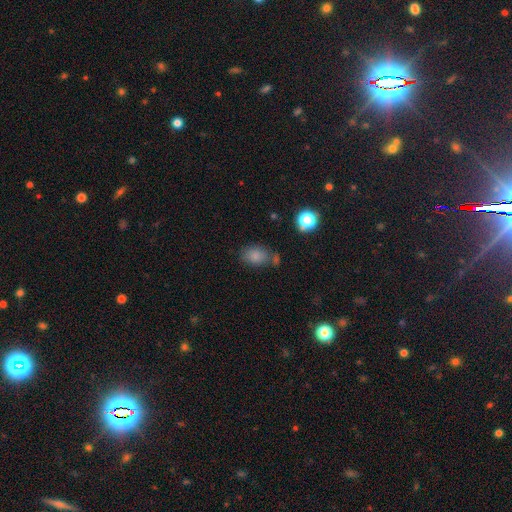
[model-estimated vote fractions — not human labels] A smooth galaxy with no disk features (81%) that is in between round and cigar-shaped (79%).

Vote fractions:
- Smooth or featured? smooth: 81% / star or artifact: 12% / featured or disk: 7%
- How rounded? in between: 79% / round: 20% / cigar-shaped: 1%
- Merging? none: 59% / minor disturbance: 19% / merger: 15% / major disturbance: 7%